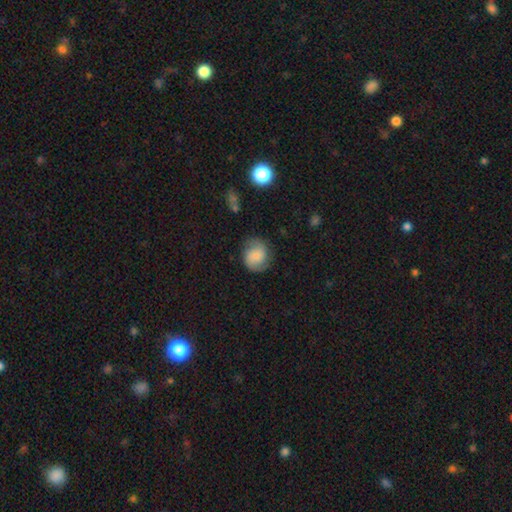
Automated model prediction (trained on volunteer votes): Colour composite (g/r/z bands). It shows a featured or disk galaxy (46%). Merging: none (72%).